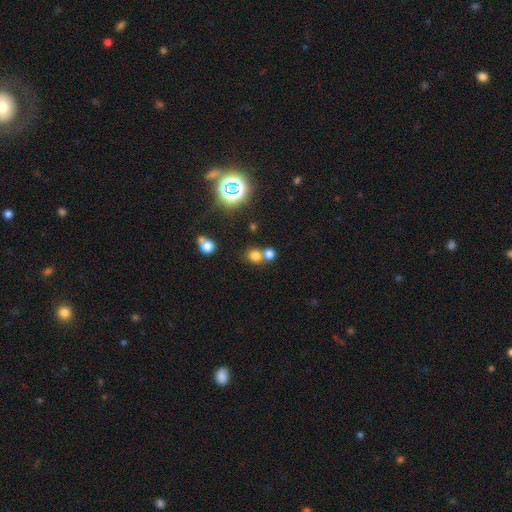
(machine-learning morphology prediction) smooth_or_featured: smooth (p=0.70) [alt: star or artifact p=0.22]
how_rounded: round (p=0.78) [alt: in between p=0.21]
merging: none (p=0.51) [alt: merger p=0.39]